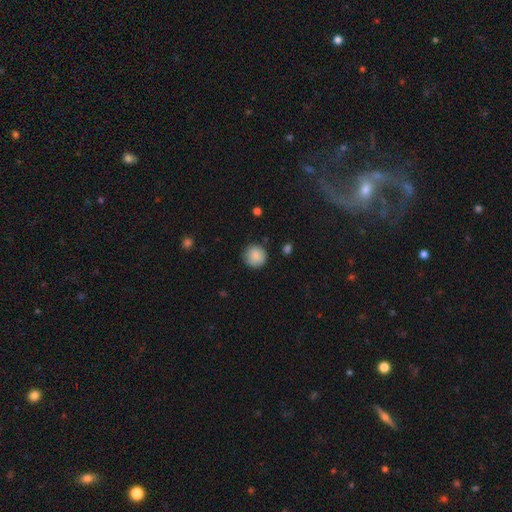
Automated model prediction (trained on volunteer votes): Smooth or featured?
  - smooth: 88% *
  - star or artifact: 8%
  - featured or disk: 4%
How rounded?
  - round: 93% *
  - in between: 6%
  - cigar-shaped: 1%
Merging?
  - none: 87% *
  - minor disturbance: 9%
  - major disturbance: 2%
  - merger: 1%